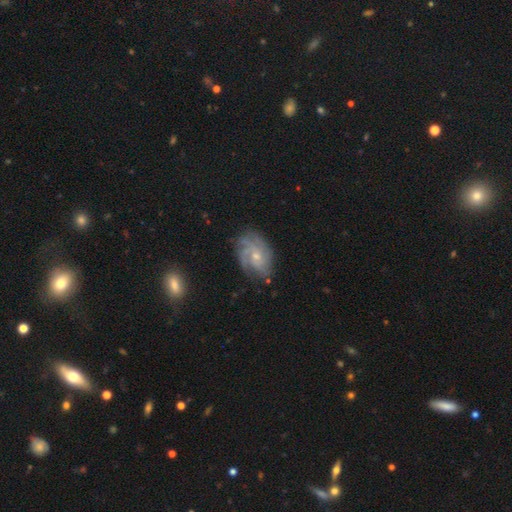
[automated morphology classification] Q: Smooth or featured?
A: featured or disk (79%); runner-up: smooth (14%)
Q: Edge-on disk?
A: no (97%); runner-up: yes (3%)
Q: Bar?
A: no (70%); runner-up: weak (26%)
Q: Spiral arms?
A: yes (93%); runner-up: no (7%)
Q: Spiral winding?
A: tight (55%); runner-up: medium (34%)
Q: Spiral arm count?
A: can't tell (34%); runner-up: 3 (23%)
Q: Bulge size?
A: small (58%); runner-up: moderate (36%)
Q: Merging?
A: none (69%); runner-up: minor disturbance (21%)